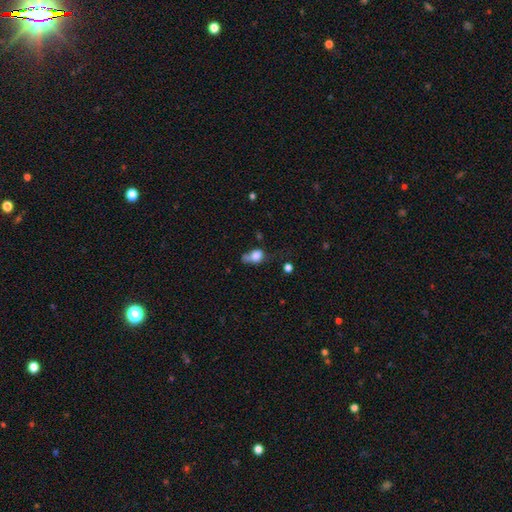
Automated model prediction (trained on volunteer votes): This is likely a smooth galaxy (76%). How rounded: possibly in between (59%). Merging: marginally none (27%, tied with minor disturbance).